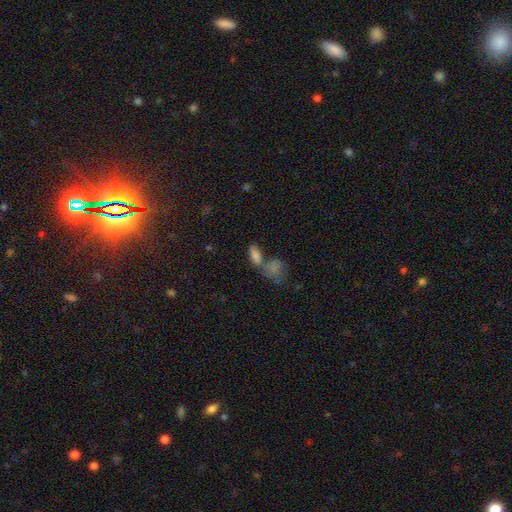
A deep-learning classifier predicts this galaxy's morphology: Smooth or featured?
  - smooth: 79% *
  - featured or disk: 11%
  - star or artifact: 10%
How rounded?
  - in between: 85% *
  - cigar-shaped: 9%
  - round: 6%
Merging?
  - none: 42% *
  - merger: 40%
  - minor disturbance: 12%
  - major disturbance: 6%